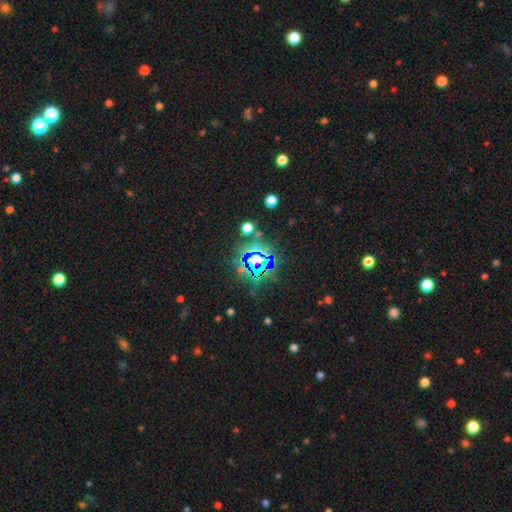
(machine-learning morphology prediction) Smooth or featured? star or artifact (79%)